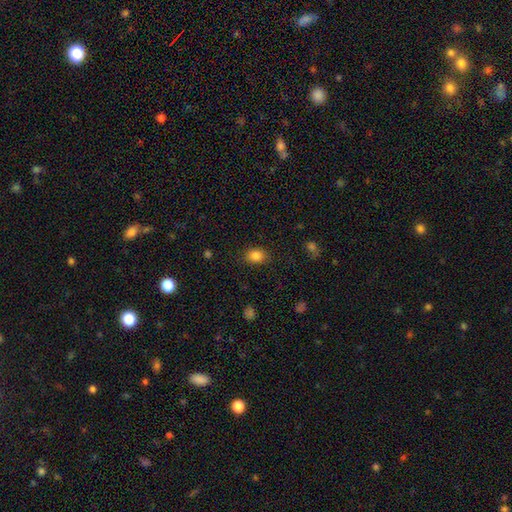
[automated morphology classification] A smooth galaxy with no disk features (84%) that is in between round and cigar-shaped (63%). Merging: none (85%).